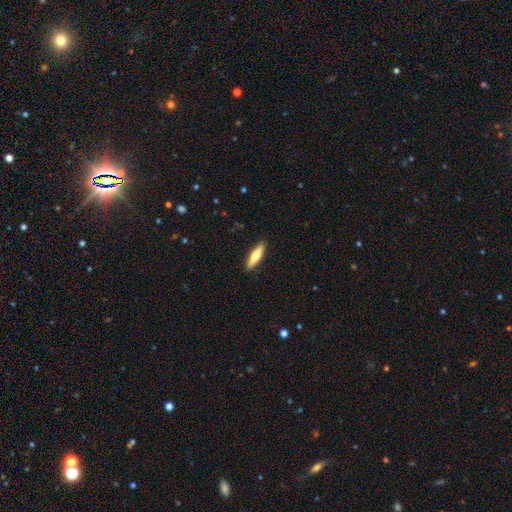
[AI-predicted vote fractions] Overall: smooth (58%; featured or disk 37%). How rounded: cigar-shaped (67%; in between 31%). Merging: none (90%).